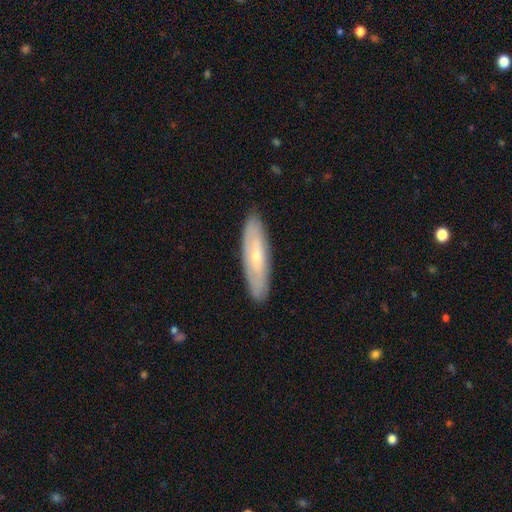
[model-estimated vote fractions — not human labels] smooth-or-featured: featured or disk: 55% | smooth: 39% | star or artifact: 6%
  disk-edge-on: no: 59% | yes: 41%
  merging: none: 86% | minor disturbance: 10% | major disturbance: 2% | merger: 1%